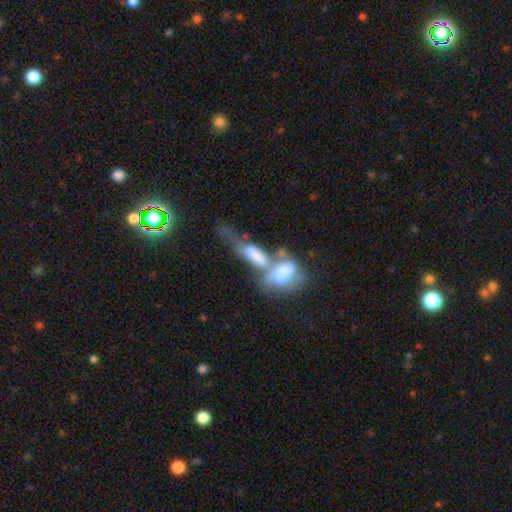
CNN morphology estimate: Smooth or featured: smooth — 62% (featured or disk — 30%)
How rounded: in between — 80% (cigar-shaped — 15%)
Merging: merger — 69% (major disturbance — 14%)